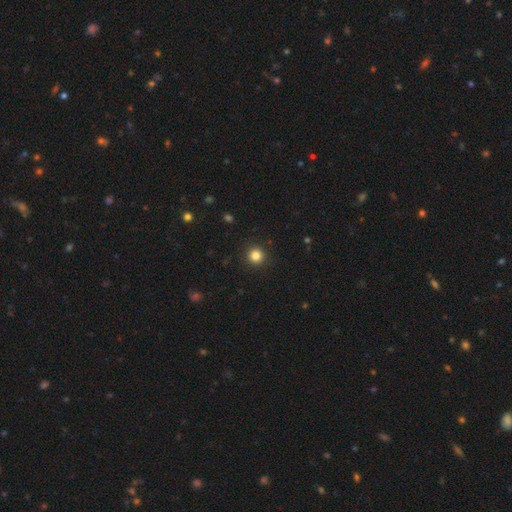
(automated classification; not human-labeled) A smooth galaxy with no disk features (84%) that is round (95%). Merging: none (92%).